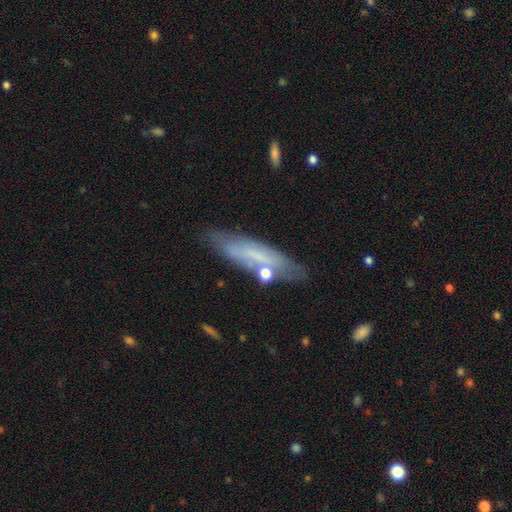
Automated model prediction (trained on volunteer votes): smooth-or-featured: smooth: 50% | featured or disk: 41% | star or artifact: 8%
  how-rounded: cigar-shaped: 71% | in between: 27% | round: 2%
  merging: none: 69% | minor disturbance: 20% | merger: 6% | major disturbance: 6%